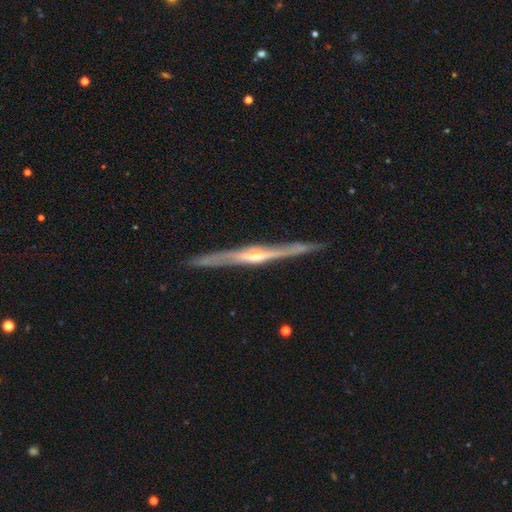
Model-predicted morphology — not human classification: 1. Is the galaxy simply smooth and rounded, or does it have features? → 84% featured or disk, 11% smooth, 5% star or artifact.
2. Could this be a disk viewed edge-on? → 97% yes, 3% no.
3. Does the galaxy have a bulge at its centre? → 79% rounded, 12% none, 9% boxy.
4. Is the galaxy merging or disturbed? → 87% none, 10% minor disturbance, 2% major disturbance, 1% merger.